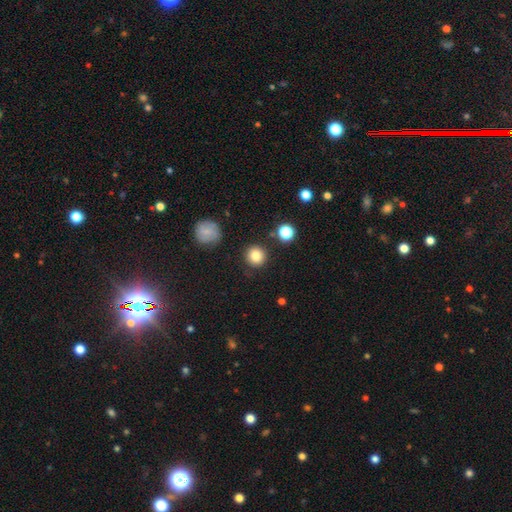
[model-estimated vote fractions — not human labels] The model was most divided on "smooth or featured": smooth: 83%, star or artifact: 11%, featured or disk: 6%. More confident: how rounded — round (93%); merging — none (87%).